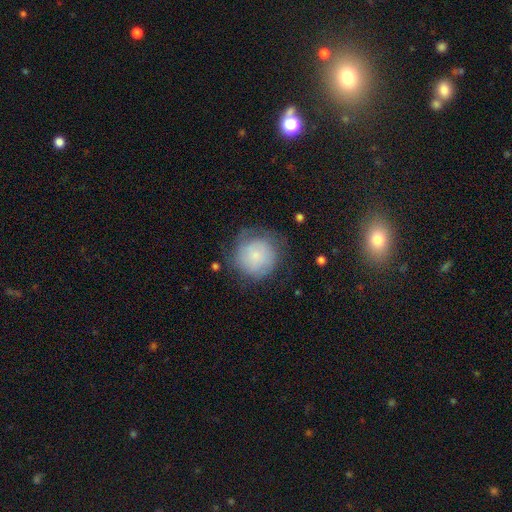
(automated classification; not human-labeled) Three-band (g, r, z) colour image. It shows a smooth galaxy with no disk features (68%) that is round (92%). Merging: none (62%).